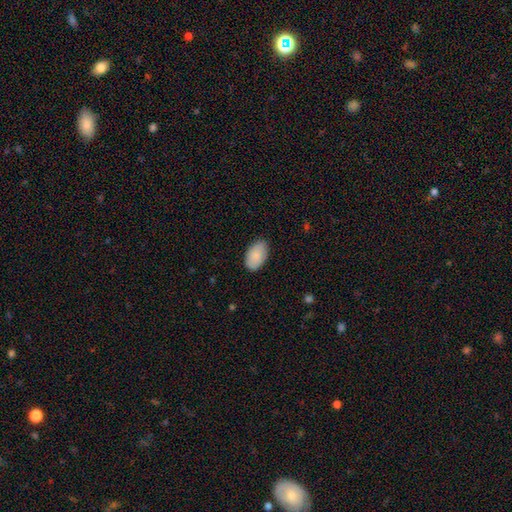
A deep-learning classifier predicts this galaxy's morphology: smooth_or_featured: smooth (p=0.88) [alt: featured or disk p=0.06]
how_rounded: in between (p=0.94) [alt: round p=0.05]
merging: none (p=0.83) [alt: minor disturbance p=0.13]